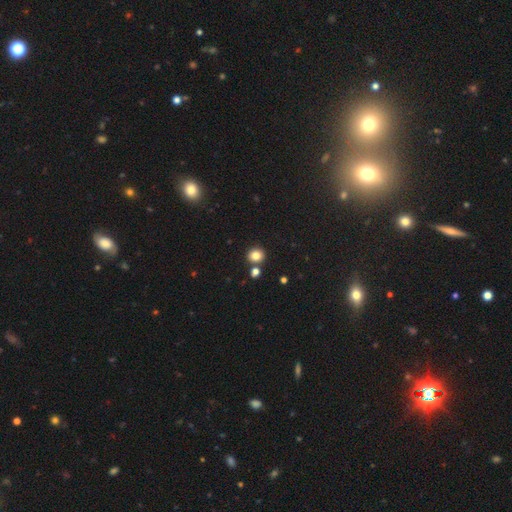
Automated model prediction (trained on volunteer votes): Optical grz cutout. It shows a smooth galaxy with no disk features (83%) that is round (81%). Merging: none (78%).